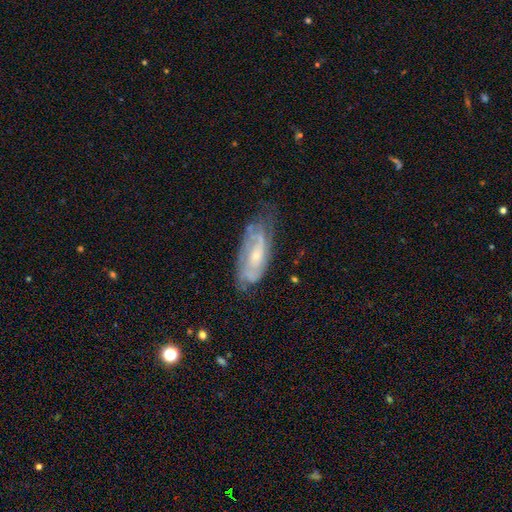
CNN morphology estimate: A featured or disk galaxy (75%) with no bar (60%), tight (51%) spiral arms (85%) and a small central bulge (63%).

Vote fractions:
- Smooth or featured? featured or disk: 75% / smooth: 19% / star or artifact: 7%
- Edge-on disk? no: 89% / yes: 11%
- Bar? no: 60% / weak: 32% / strong: 8%
- Spiral arms? yes: 85% / no: 15%
- Spiral winding? tight: 51% / medium: 36% / loose: 13%
- Spiral arm count? can't tell: 42% / 2: 38% / 3: 10% / 4: 4% / 1: 4% / more than 4: 3%
- Bulge size? small: 63% / moderate: 33% / none: 2% / large: 1% / dominant: 1%
- Merging? none: 59% / minor disturbance: 28% / major disturbance: 11% / merger: 2%